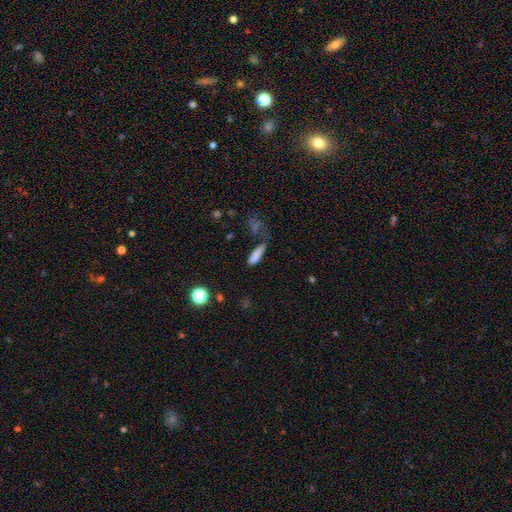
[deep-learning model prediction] Smooth or featured?
  - smooth: 79% *
  - star or artifact: 12%
  - featured or disk: 9%
How rounded?
  - cigar-shaped: 49% *
  - in between: 48%
  - round: 3%
Merging?
  - none: 52% *
  - minor disturbance: 23%
  - major disturbance: 12%
  - merger: 12%